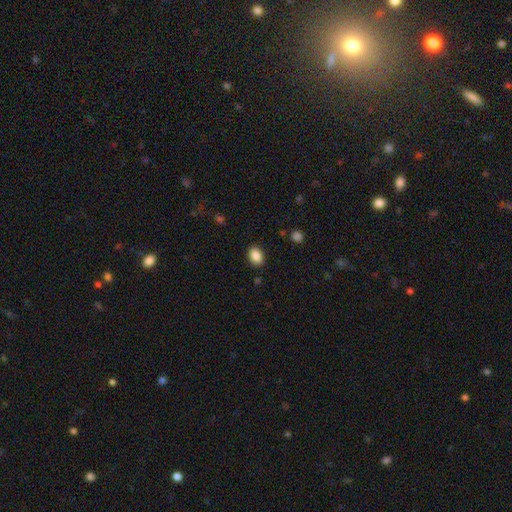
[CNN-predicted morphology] smooth 88%, star or artifact 8%, featured or disk 4%. Down the decision tree: how rounded — in between (74%); merging — none (88%).